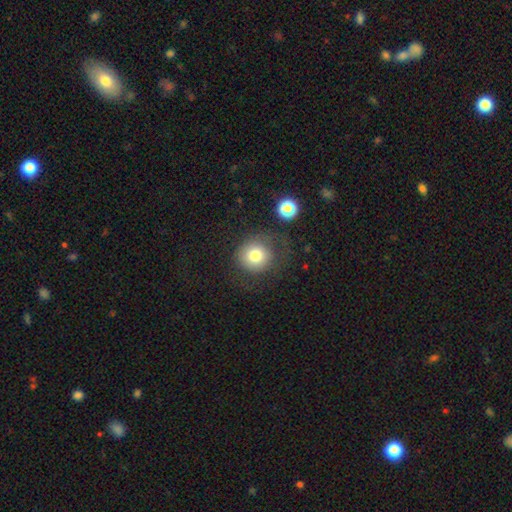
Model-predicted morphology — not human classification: Smooth or featured? smooth (76%)
How rounded? round (88%)
Merging? none (67%)